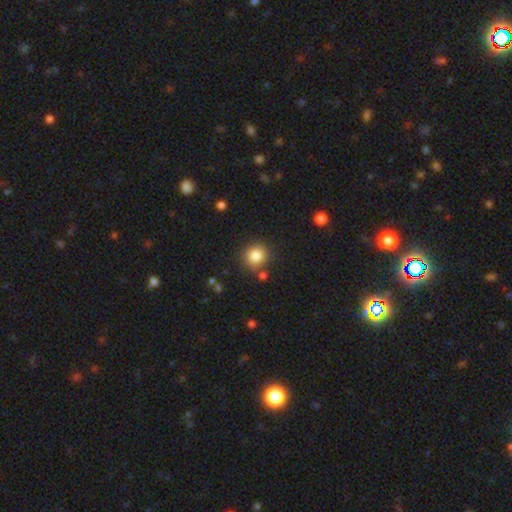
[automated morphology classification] smooth_or_featured: smooth (p=0.84) [alt: star or artifact p=0.11]
how_rounded: round (p=0.87) [alt: in between p=0.12]
merging: none (p=0.80) [alt: minor disturbance p=0.10]